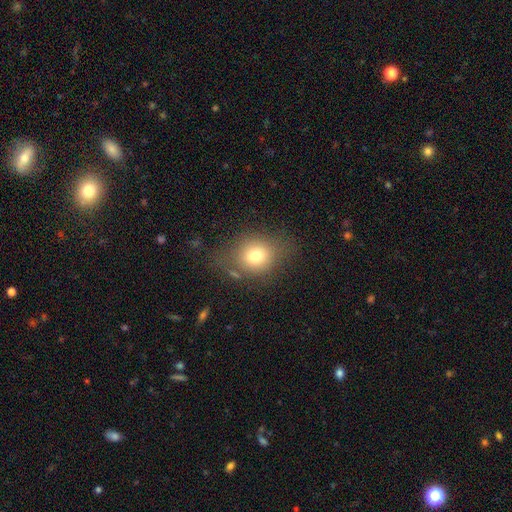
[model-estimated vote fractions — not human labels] A smooth galaxy with no disk features (73%) that is round (66%). Merging: none (67%).